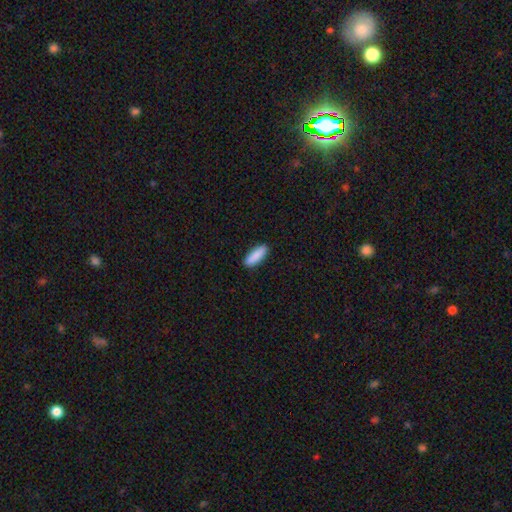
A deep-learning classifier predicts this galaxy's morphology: Smooth or featured? Predicted: smooth (p=0.89). How rounded? Predicted: in between (p=0.51). Merging? Predicted: none (p=0.90).